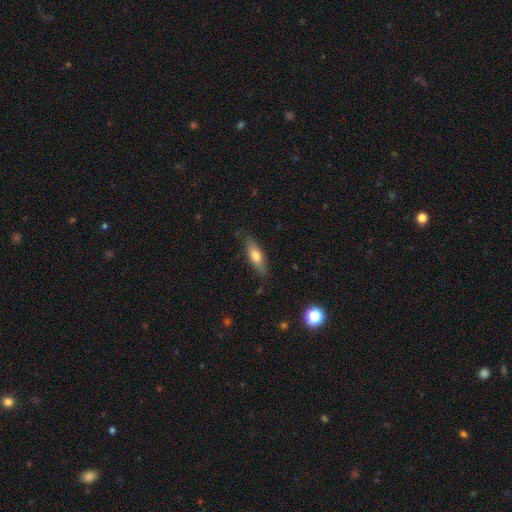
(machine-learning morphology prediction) This appears to be a smooth galaxy with no disk features (65%) that is in between round and cigar-shaped (51%). Merging: none (80%).